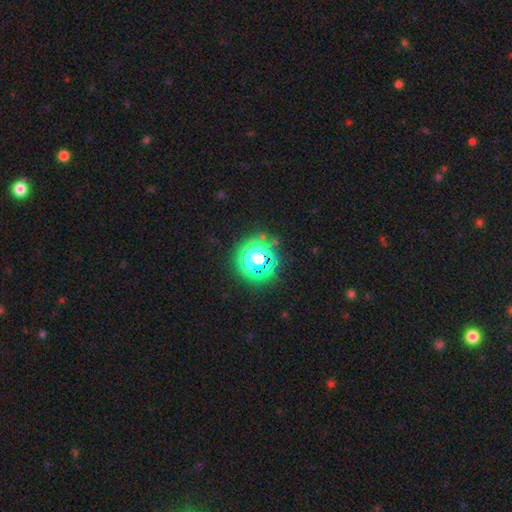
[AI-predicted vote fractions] This is possibly a star or artifact rather than a galaxy (52%).